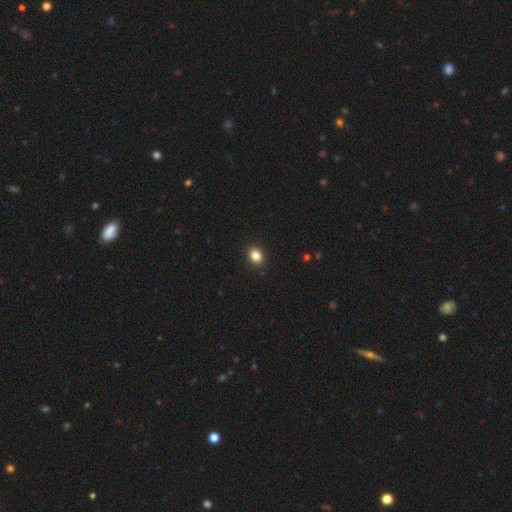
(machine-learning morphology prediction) This is clearly a smooth galaxy (85%). How rounded: possibly round (57%). Merging: clearly none (91%).